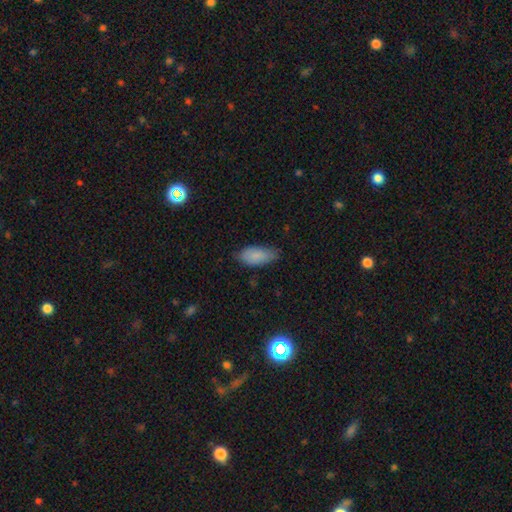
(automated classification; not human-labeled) Smooth or featured? smooth (84%)
How rounded? in between (90%)
Merging? none (69%)